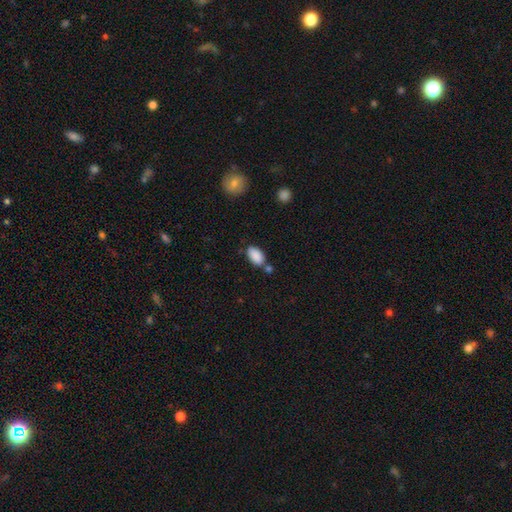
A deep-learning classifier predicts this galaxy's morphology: A smooth galaxy with no disk features (88%) that is in between round and cigar-shaped (94%). Merging: none (65%).